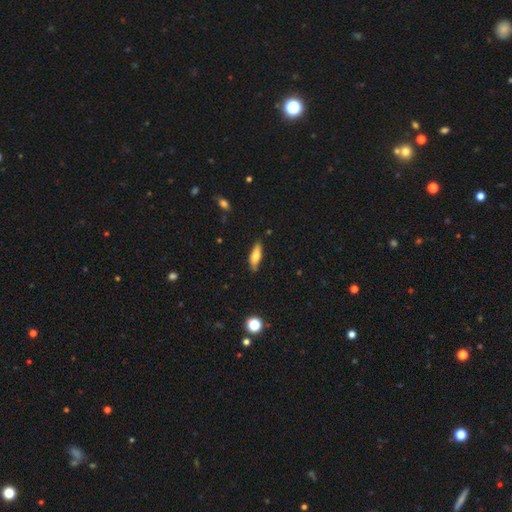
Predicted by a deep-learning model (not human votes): smooth_or_featured: smooth (p=0.69) [alt: featured or disk p=0.24]
how_rounded: in between (p=0.55) [alt: cigar-shaped p=0.42]
merging: none (p=0.83) [alt: minor disturbance p=0.14]